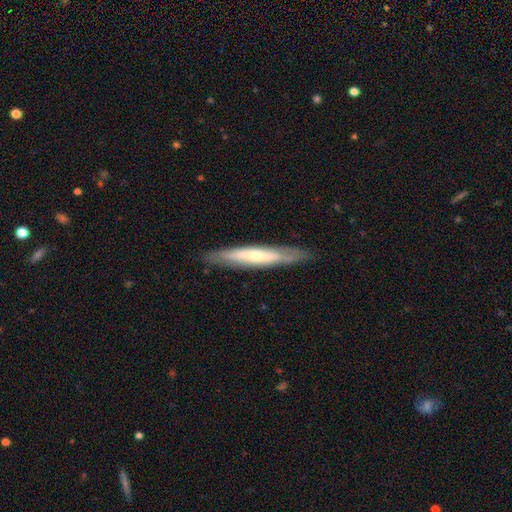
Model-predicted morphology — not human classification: smooth_or_featured: featured or disk (p=0.53) [alt: smooth p=0.41]
disk_edge_on: yes (p=0.77) [alt: no p=0.23]
merging: none (p=0.86) [alt: minor disturbance p=0.11]